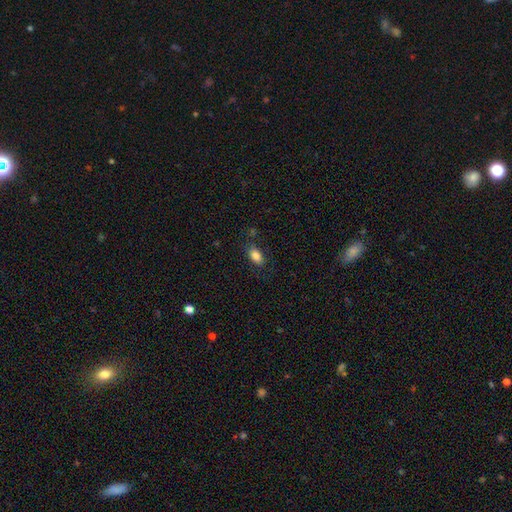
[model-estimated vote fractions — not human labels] Smooth or featured? Predicted: smooth (p=0.83). How rounded? Predicted: in between (p=0.90). Merging? Predicted: none (p=0.79).